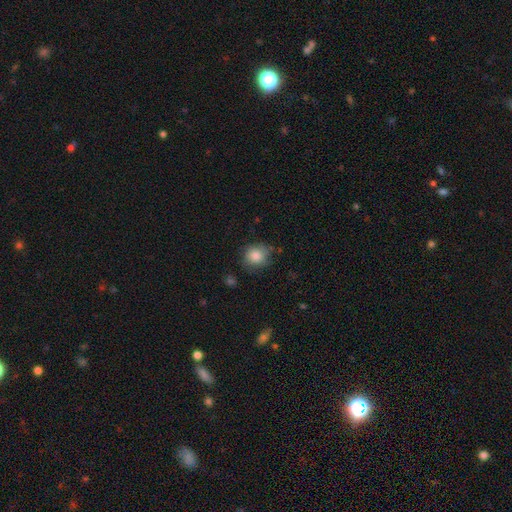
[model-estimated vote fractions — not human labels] Smooth or featured?
  - smooth: 84% *
  - star or artifact: 8%
  - featured or disk: 7%
How rounded?
  - round: 78% *
  - in between: 21%
  - cigar-shaped: 1%
Merging?
  - none: 65% *
  - minor disturbance: 25%
  - major disturbance: 7%
  - merger: 2%